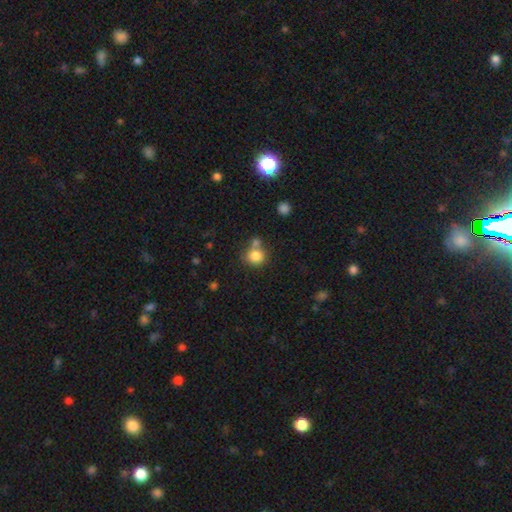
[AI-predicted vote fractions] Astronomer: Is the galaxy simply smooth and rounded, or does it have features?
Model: smooth — 82%.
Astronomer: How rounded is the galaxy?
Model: round — 79%.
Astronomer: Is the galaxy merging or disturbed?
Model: none — 54% (runner-up: merger, 30%).